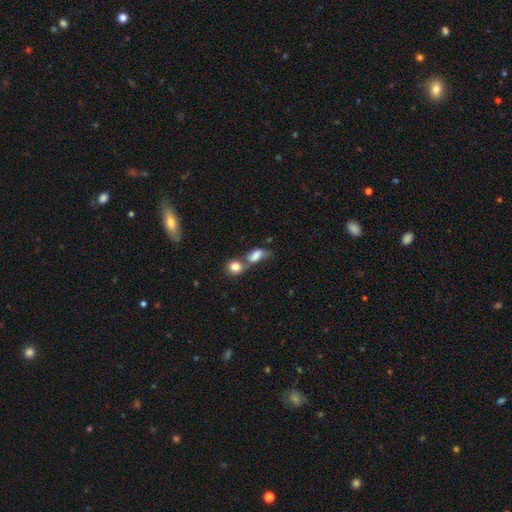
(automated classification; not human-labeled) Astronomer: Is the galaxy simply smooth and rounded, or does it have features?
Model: smooth — 74%.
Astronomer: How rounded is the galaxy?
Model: in between — 77%.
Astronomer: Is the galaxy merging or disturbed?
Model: merger — 50% (runner-up: none, 27%).